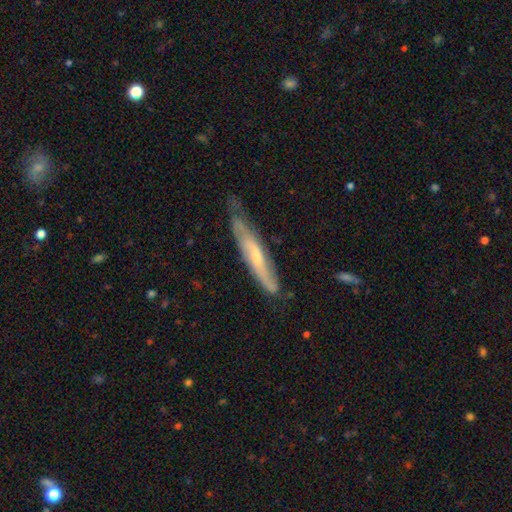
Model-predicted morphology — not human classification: A featured or disk galaxy (62%) viewed edge-on (56%). Merging: none (58%).